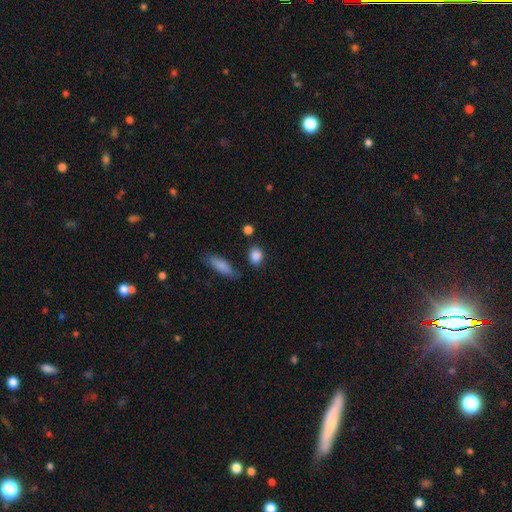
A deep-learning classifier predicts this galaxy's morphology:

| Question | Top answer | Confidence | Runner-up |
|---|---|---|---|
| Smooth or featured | smooth | 87% | star or artifact (8%) |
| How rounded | in between | 55% | round (41%) |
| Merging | none | 77% | minor disturbance (14%) |